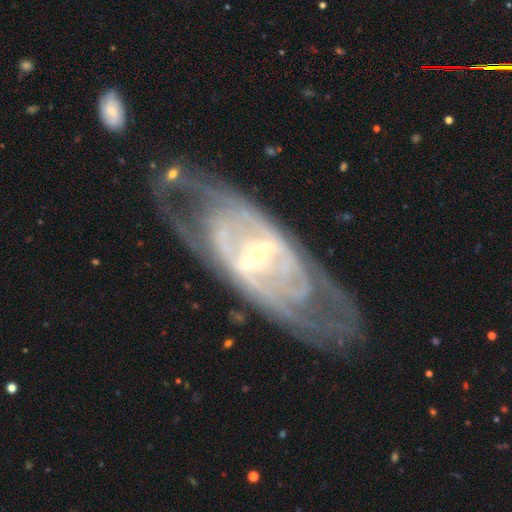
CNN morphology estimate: featured or disk 83%, smooth 10%, star or artifact 6%. Down the decision tree: edge-on disk — no (86%); bar — strong (52%); spiral arms — yes (80%); spiral arm count — can't tell (43%); spiral winding — tight (54%); bulge size — small (76%); merging — none (71%).